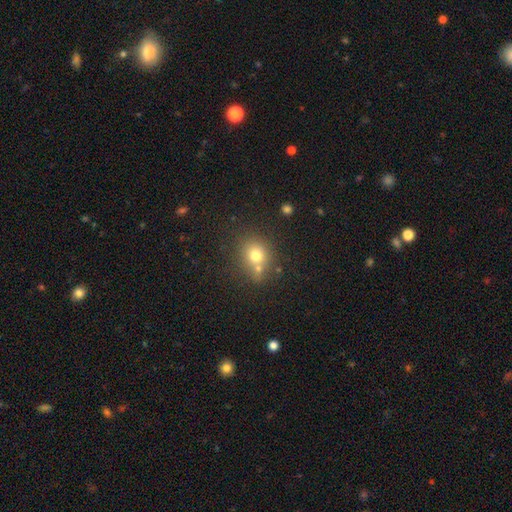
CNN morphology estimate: smooth 73%, star or artifact 14%, featured or disk 13%. Down the decision tree: how rounded — round (77%); merging — none (56%).